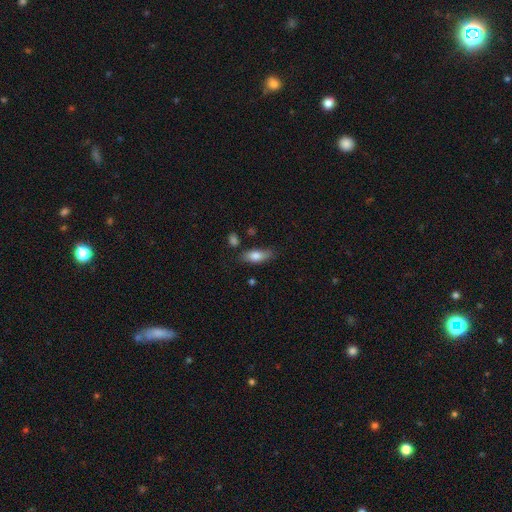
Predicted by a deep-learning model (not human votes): smooth-or-featured: smooth: 78% | featured or disk: 16% | star or artifact: 7%
  how-rounded: in between: 76% | cigar-shaped: 21% | round: 3%
  merging: none: 72% | minor disturbance: 19% | merger: 4% | major disturbance: 4%